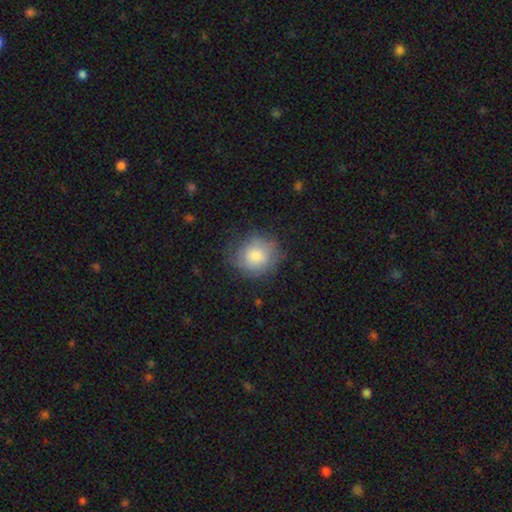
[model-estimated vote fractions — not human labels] A smooth galaxy with no disk features (76%) that is round (82%).

Vote fractions:
- Smooth or featured? smooth: 76% / featured or disk: 17% / star or artifact: 7%
- How rounded? round: 82% / in between: 17% / cigar-shaped: 1%
- Merging? none: 71% / minor disturbance: 21% / major disturbance: 7% / merger: 1%